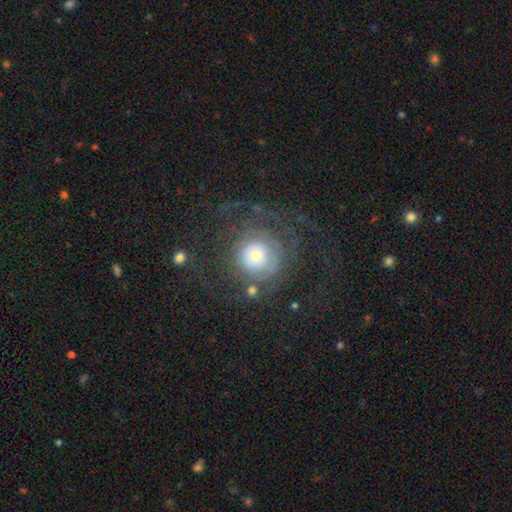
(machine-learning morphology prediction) type=featured or disk (61%); edge-on=no (97%); bar=no (86%); spiral arms=yes (72%); bulge=small (44%); merging=none (64%).